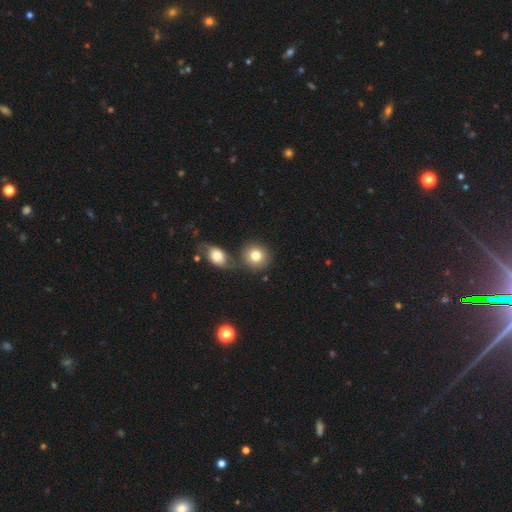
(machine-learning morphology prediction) This is clearly a smooth galaxy (80%). How rounded: clearly round (84%). Merging: likely none (61%).